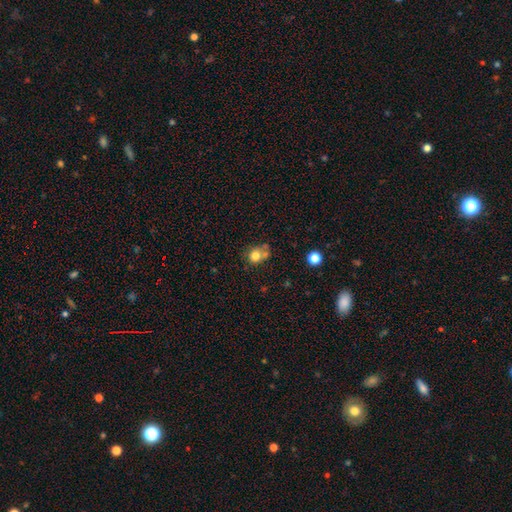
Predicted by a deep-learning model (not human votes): This appears to be a smooth galaxy with no disk features (76%) that is round (77%). Merging: none (50%).